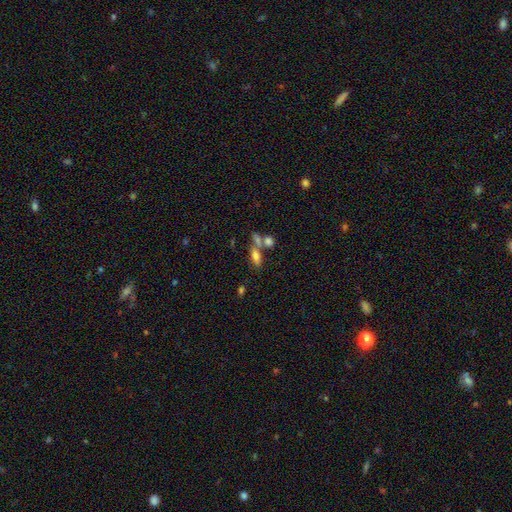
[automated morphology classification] This is likely a smooth galaxy (65%). How rounded: likely in between (65%). Merging: possibly none (48%).